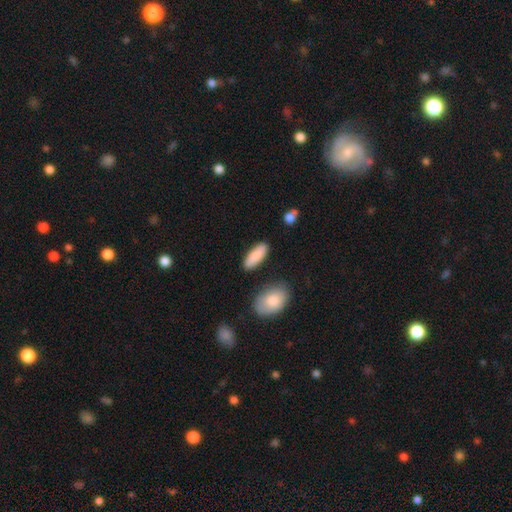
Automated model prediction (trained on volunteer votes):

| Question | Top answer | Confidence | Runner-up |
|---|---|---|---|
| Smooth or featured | smooth | 86% | featured or disk (8%) |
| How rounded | in between | 72% | cigar-shaped (26%) |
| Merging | none | 84% | minor disturbance (10%) |